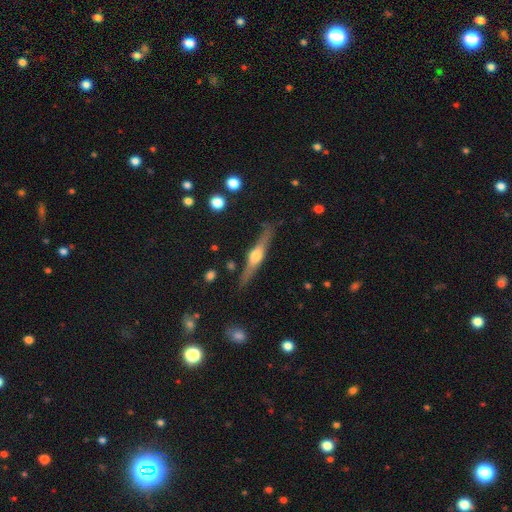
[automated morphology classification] This is likely a featured or disk galaxy (73%). It is clearly viewed edge-on (97%). Edge-on bulge: clearly rounded (92%). Merging: clearly none (85%).